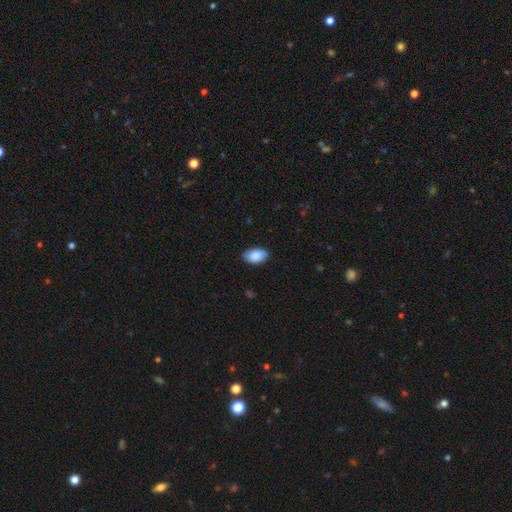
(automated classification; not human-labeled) Smooth or featured?
  - smooth: 86% *
  - featured or disk: 8%
  - star or artifact: 6%
How rounded?
  - in between: 94% *
  - round: 5%
  - cigar-shaped: 1%
Merging?
  - none: 87% *
  - minor disturbance: 10%
  - major disturbance: 2%
  - merger: 1%